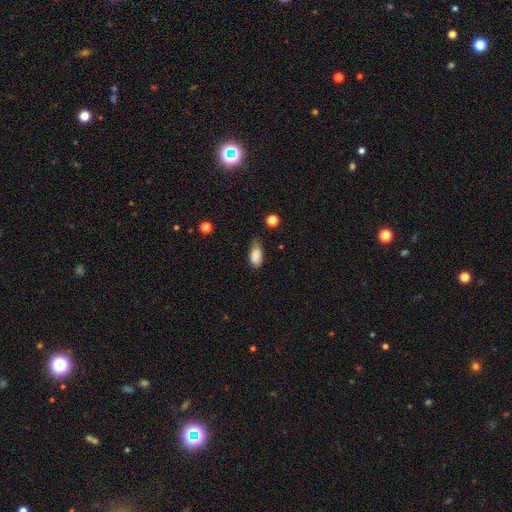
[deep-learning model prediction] A smooth galaxy with no disk features (83%) that is in between round and cigar-shaped (87%).

Vote fractions:
- Smooth or featured? smooth: 83% / star or artifact: 8% / featured or disk: 8%
- How rounded? in between: 87% / cigar-shaped: 9% / round: 4%
- Merging? none: 53% / minor disturbance: 36% / major disturbance: 8% / merger: 3%